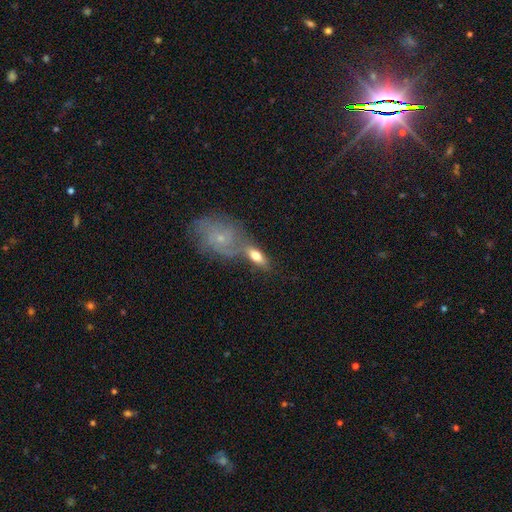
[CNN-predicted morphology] A smooth galaxy with no disk features (59%) that is in between round and cigar-shaped (76%).

Vote fractions:
- Smooth or featured? smooth: 59% / featured or disk: 34% / star or artifact: 8%
- How rounded? in between: 76% / cigar-shaped: 17% / round: 7%
- Merging? none: 45% / merger: 34% / minor disturbance: 14% / major disturbance: 6%